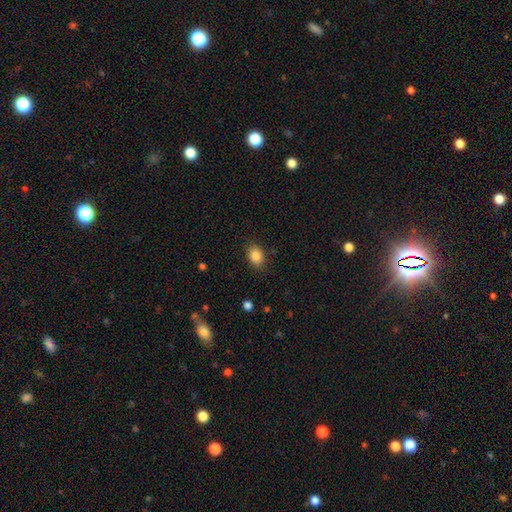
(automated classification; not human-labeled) smooth-or-featured: smooth: 86% | star or artifact: 9% | featured or disk: 5%
  how-rounded: in between: 66% | round: 32% | cigar-shaped: 1%
  merging: none: 86% | minor disturbance: 10% | major disturbance: 3% | merger: 1%